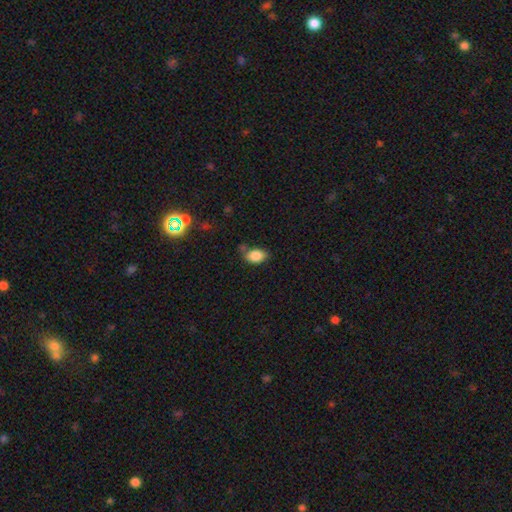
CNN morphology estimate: Smooth or featured? smooth (84%)
How rounded? in between (84%)
Merging? none (57%)